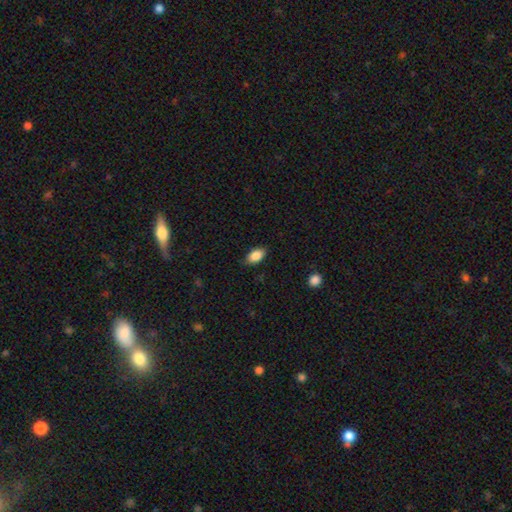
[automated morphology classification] Q: Smooth or featured?
A: smooth (87%); runner-up: star or artifact (7%)
Q: How rounded?
A: in between (91%); runner-up: round (6%)
Q: Merging?
A: none (81%); runner-up: minor disturbance (15%)